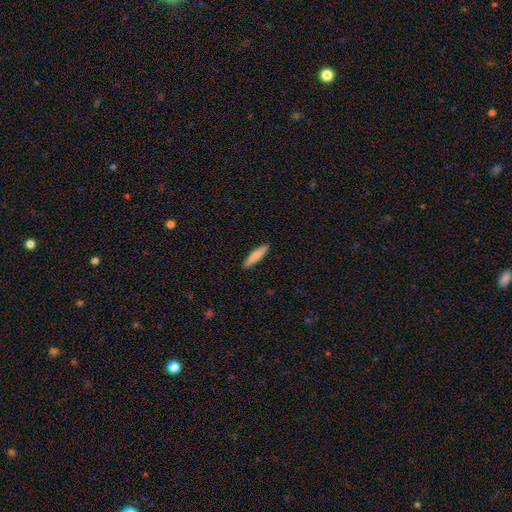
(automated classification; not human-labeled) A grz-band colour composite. It shows a smooth galaxy with no disk features (82%) that is cigar-shaped (80%). Merging: none (91%).